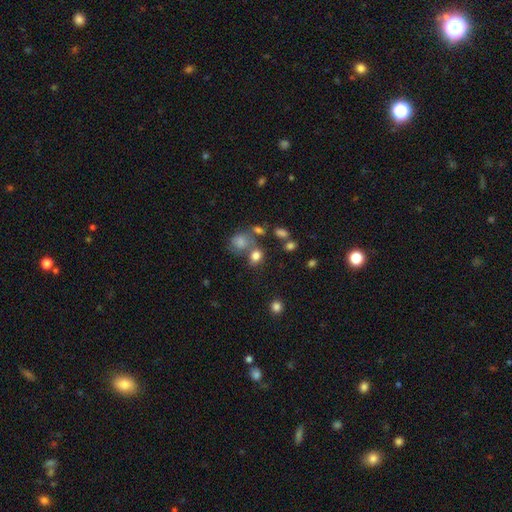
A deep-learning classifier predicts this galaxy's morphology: Smooth or featured: smooth — 77% (star or artifact — 14%)
How rounded: round — 55% (in between — 44%)
Merging: none — 53% (merger — 25%)